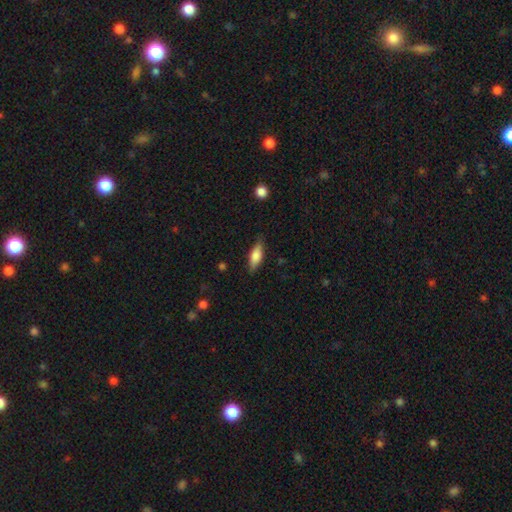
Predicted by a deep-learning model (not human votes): A smooth galaxy with no disk features (74%) that is in between round and cigar-shaped (65%).

Vote fractions:
- Smooth or featured? smooth: 74% / featured or disk: 20% / star or artifact: 6%
- How rounded? in between: 65% / cigar-shaped: 33% / round: 2%
- Merging? none: 81% / minor disturbance: 15% / major disturbance: 3% / merger: 1%